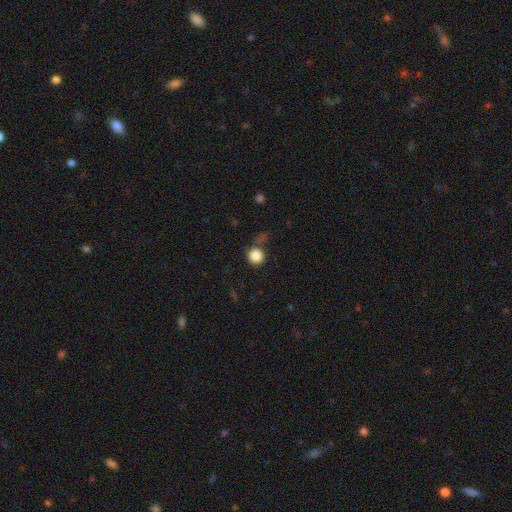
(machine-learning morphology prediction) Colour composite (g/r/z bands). It shows a smooth galaxy with no disk features (85%) that is round (93%). Merging: none (61%).